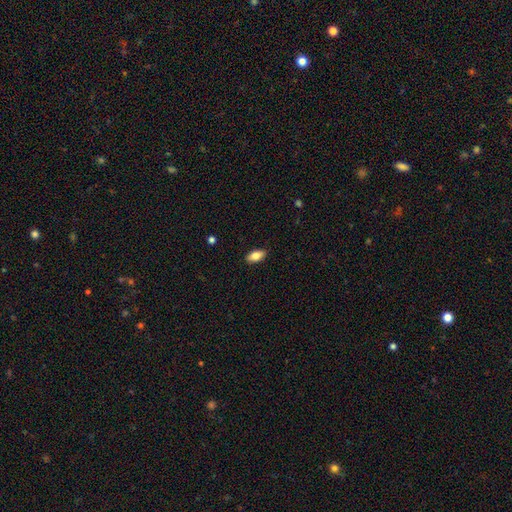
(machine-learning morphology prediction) Smooth or featured? Predicted: smooth (p=0.80). How rounded? Predicted: in between (p=0.90). Merging? Predicted: none (p=0.89).